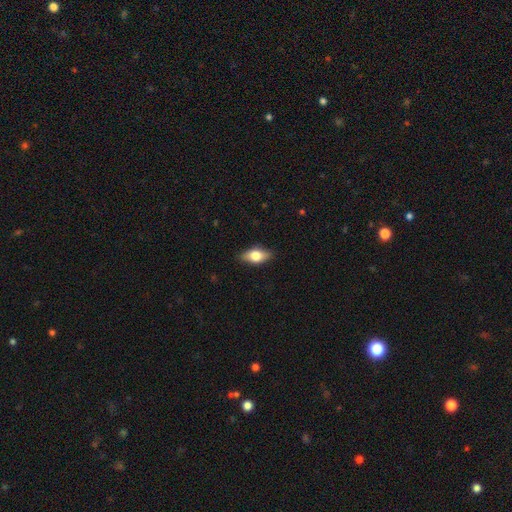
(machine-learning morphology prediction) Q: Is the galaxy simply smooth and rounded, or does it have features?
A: smooth — 70%.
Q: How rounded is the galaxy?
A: in between — 85%.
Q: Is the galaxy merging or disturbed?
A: none — 85%.